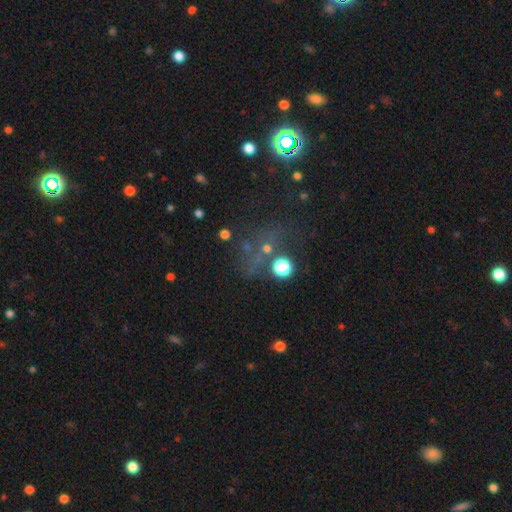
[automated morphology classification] Overall: star or artifact (57%; smooth 27%).